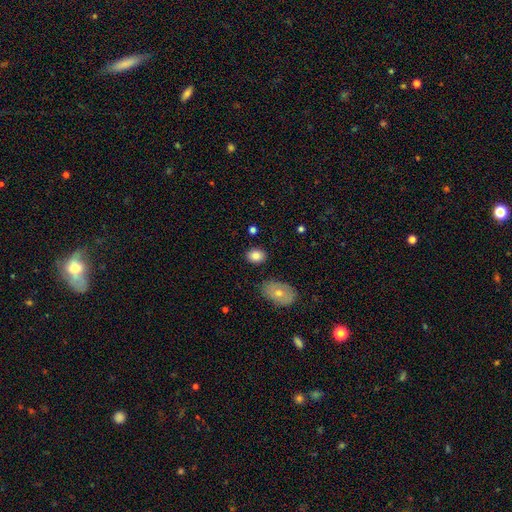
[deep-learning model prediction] This appears to be a smooth galaxy with no disk features (84%) that is in between round and cigar-shaped (60%). Merging: none (85%).